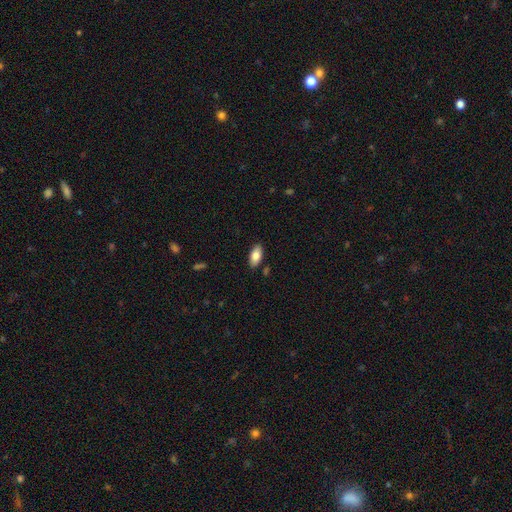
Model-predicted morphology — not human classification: Overall: smooth (81%). How rounded: in between (91%). Merging: none (87%).